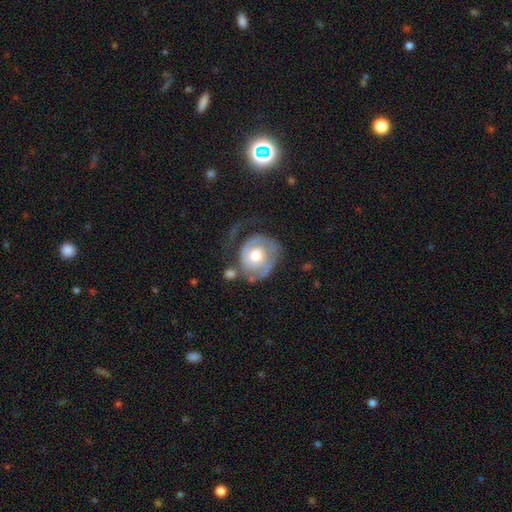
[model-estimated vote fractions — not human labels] This appears to be a featured or disk galaxy (77%) with no bar (75%), 1 (39%) tight (61%) spiral arms (88%) and a moderate central bulge (69%). Merging: none (41%).